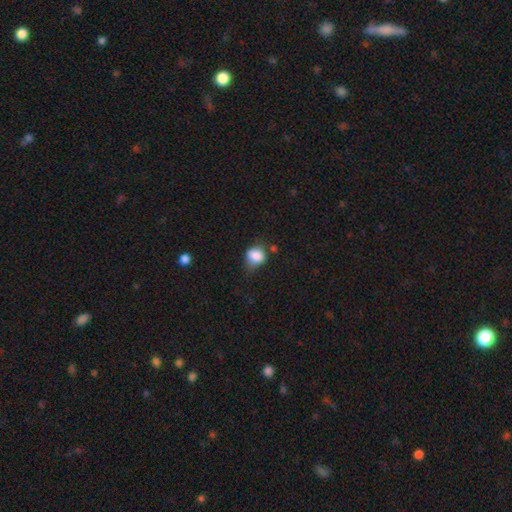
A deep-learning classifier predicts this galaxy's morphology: smooth_or_featured: smooth (p=0.83) [alt: star or artifact p=0.09]
how_rounded: round (p=0.60) [alt: in between p=0.38]
merging: none (p=0.48) [alt: minor disturbance p=0.35]